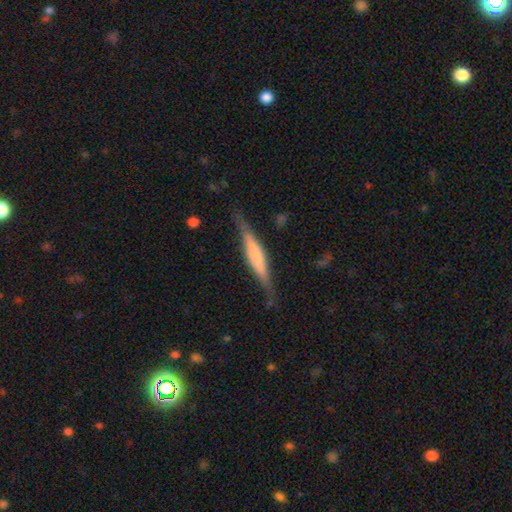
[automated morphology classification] Smooth or featured? featured or disk (55%)
Edge-on disk? yes (95%)
Edge-on bulge? boxy (40%)
Merging? none (80%)